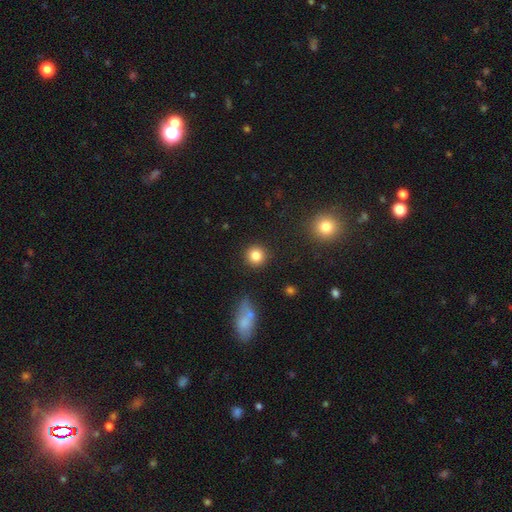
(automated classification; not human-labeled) smooth_or_featured: smooth (p=0.83) [alt: star or artifact p=0.10]
how_rounded: round (p=0.93) [alt: in between p=0.06]
merging: none (p=0.90) [alt: minor disturbance p=0.06]